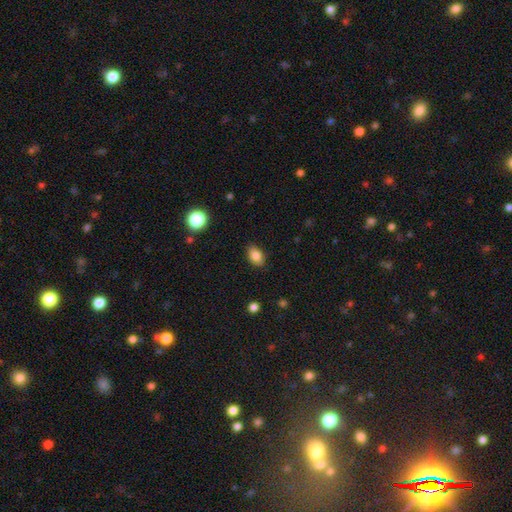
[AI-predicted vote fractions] A smooth galaxy with no disk features (85%) that is in between round and cigar-shaped (83%).

Vote fractions:
- Smooth or featured? smooth: 85% / star or artifact: 9% / featured or disk: 6%
- How rounded? in between: 83% / round: 16% / cigar-shaped: 1%
- Merging? none: 86% / minor disturbance: 11% / major disturbance: 2% / merger: 1%